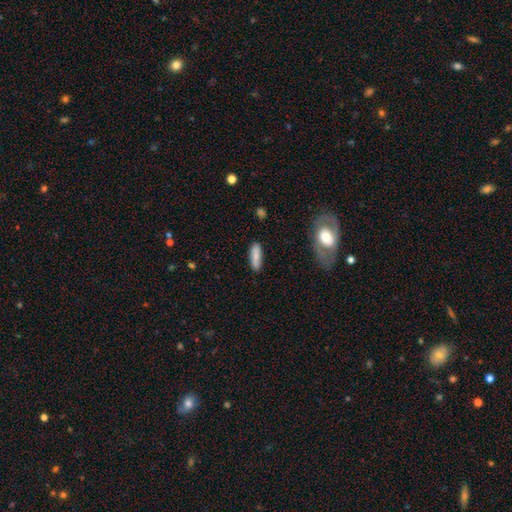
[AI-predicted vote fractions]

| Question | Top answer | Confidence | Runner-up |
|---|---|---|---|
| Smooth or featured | smooth | 75% | featured or disk (19%) |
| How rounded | in between | 53% | cigar-shaped (45%) |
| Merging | none | 81% | minor disturbance (13%) |